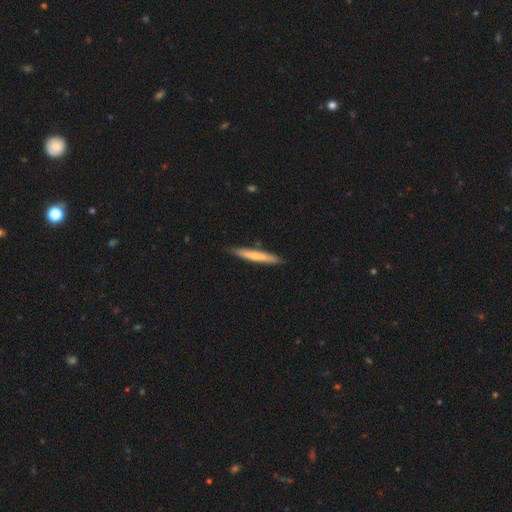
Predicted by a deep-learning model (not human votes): This is likely a smooth galaxy (63%). How rounded: clearly cigar-shaped (95%). Merging: clearly none (87%).